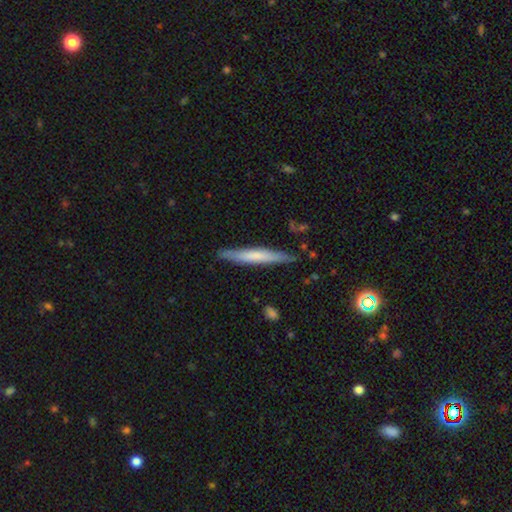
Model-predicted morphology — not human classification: This is possibly a smooth galaxy (58%). How rounded: clearly cigar-shaped (95%). Merging: clearly none (86%).